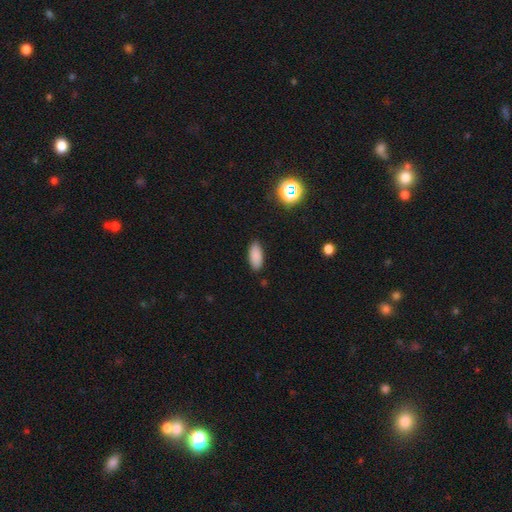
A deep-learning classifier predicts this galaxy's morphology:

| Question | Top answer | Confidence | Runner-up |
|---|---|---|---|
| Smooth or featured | smooth | 86% | star or artifact (9%) |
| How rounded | in between | 86% | cigar-shaped (12%) |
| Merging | none | 87% | minor disturbance (10%) |